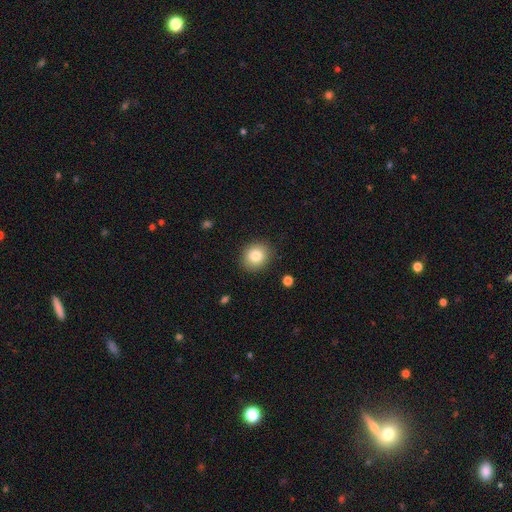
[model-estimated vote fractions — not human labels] This is clearly a smooth galaxy (83%). How rounded: likely round (78%). Merging: clearly none (89%).